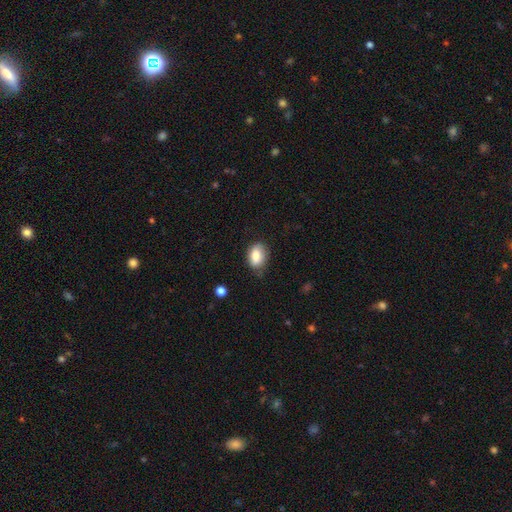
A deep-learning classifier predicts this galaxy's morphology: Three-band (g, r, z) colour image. It shows a smooth galaxy with no disk features (83%) that is in between round and cigar-shaped (83%). Merging: none (67%).